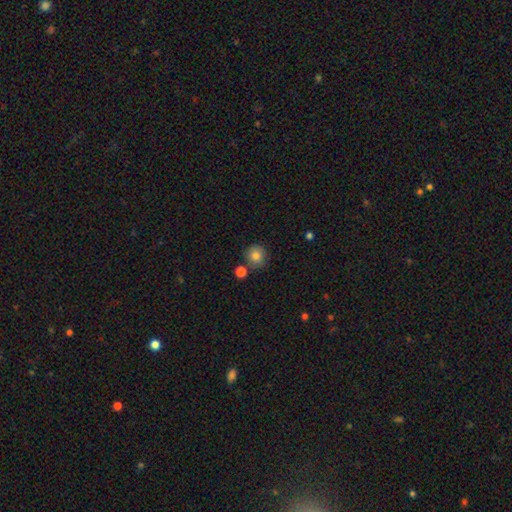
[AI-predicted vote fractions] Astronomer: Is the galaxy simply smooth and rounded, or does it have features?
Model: smooth — 83%.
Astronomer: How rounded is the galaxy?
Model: round — 90%.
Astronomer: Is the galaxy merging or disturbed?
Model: none — 77%.